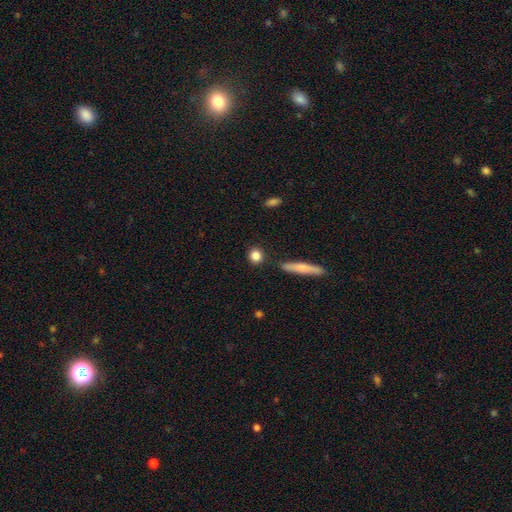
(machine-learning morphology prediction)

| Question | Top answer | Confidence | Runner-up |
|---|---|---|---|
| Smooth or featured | smooth | 85% | star or artifact (8%) |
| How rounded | round | 78% | in between (17%) |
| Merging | none | 87% | minor disturbance (8%) |